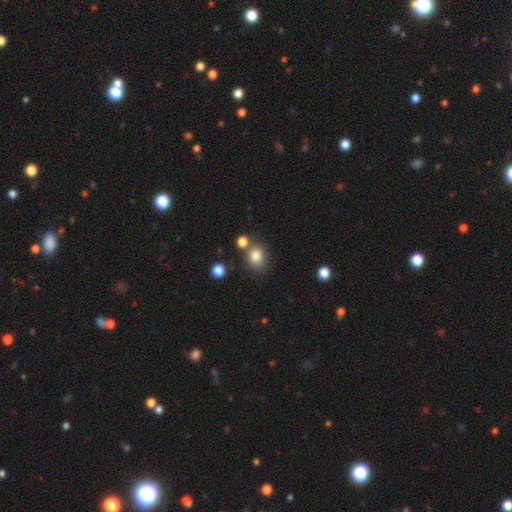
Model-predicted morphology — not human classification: type=smooth (83%); roundness=round (55%); merging=none (69%).